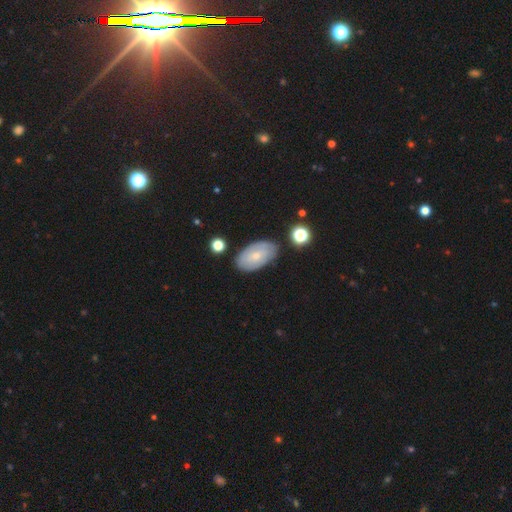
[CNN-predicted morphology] A smooth galaxy with no disk features (55%) that is in between round and cigar-shaped (94%). Merging: none (79%).